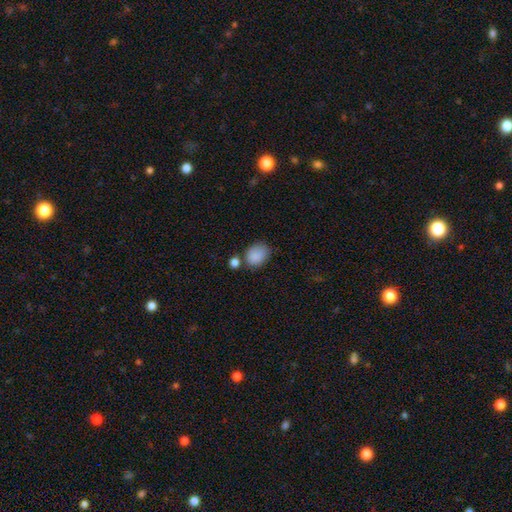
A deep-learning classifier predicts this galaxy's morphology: This is clearly a smooth galaxy (87%). How rounded: possibly in between (60%). Merging: likely none (64%).